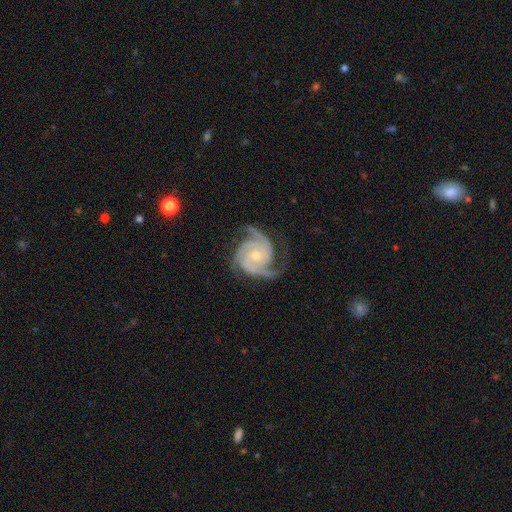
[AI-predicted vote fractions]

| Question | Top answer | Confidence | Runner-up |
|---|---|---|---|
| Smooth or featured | featured or disk | 92% | star or artifact (4%) |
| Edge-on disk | no | 98% | yes (2%) |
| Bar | no | 73% | weak (21%) |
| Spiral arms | yes | 98% | no (2%) |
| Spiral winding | tight | 51% | medium (42%) |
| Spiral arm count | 3 | 60% | 2 (20%) |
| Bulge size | small | 51% | moderate (45%) |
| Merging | none | 73% | minor disturbance (18%) |